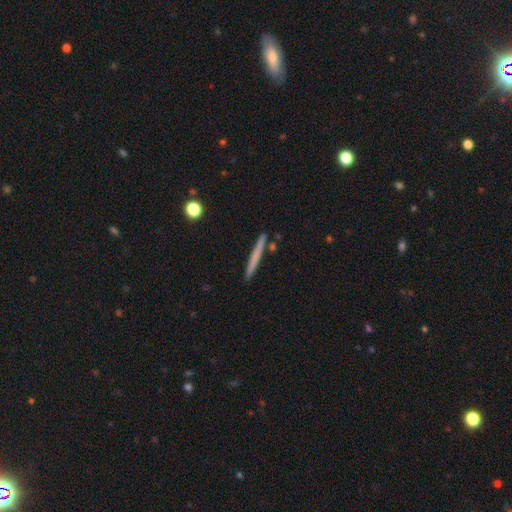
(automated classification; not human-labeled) The model was most divided on "smooth or featured": smooth: 59%, featured or disk: 35%, star or artifact: 6%. More confident: how rounded — cigar-shaped (97%); merging — none (89%).